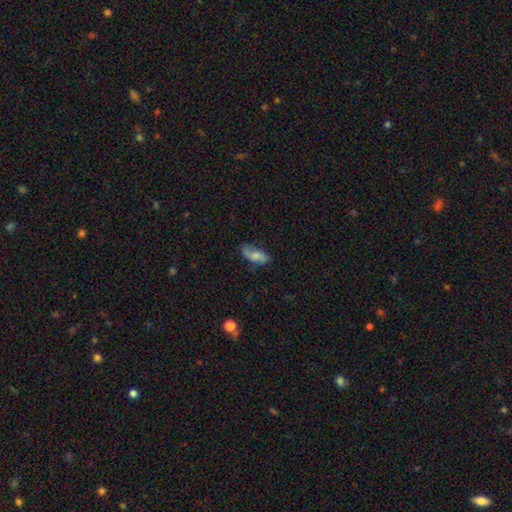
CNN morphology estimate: Smooth or featured? smooth (58%)
How rounded? in between (82%)
Merging? none (68%)